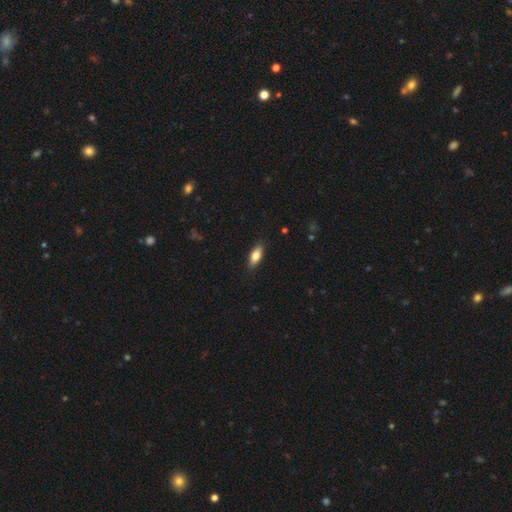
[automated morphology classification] Overall: smooth (77%). How rounded: in between (77%). Merging: none (86%).